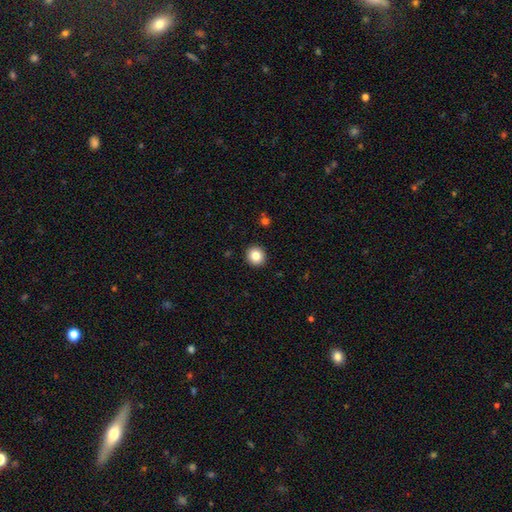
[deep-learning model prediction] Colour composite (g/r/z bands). It shows a smooth galaxy with no disk features (83%) that is round (94%). Merging: none (93%).